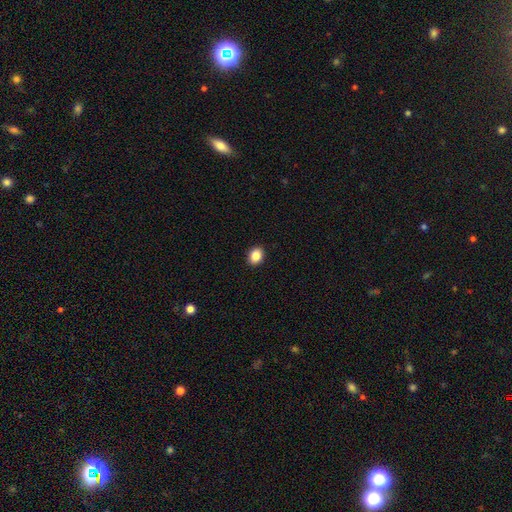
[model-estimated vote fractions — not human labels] smooth-or-featured: smooth: 87% | star or artifact: 9% | featured or disk: 4%
  how-rounded: in between: 55% | round: 44% | cigar-shaped: 1%
  merging: none: 92% | minor disturbance: 6% | major disturbance: 2% | merger: 1%